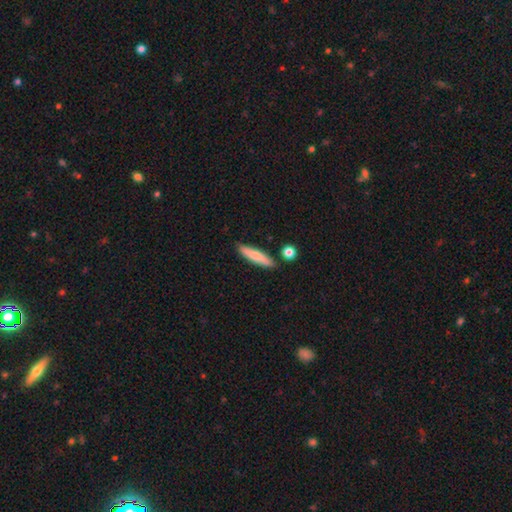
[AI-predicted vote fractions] Q: Smooth or featured?
A: smooth (73%); runner-up: featured or disk (21%)
Q: How rounded?
A: cigar-shaped (81%); runner-up: in between (17%)
Q: Merging?
A: none (83%); runner-up: minor disturbance (10%)